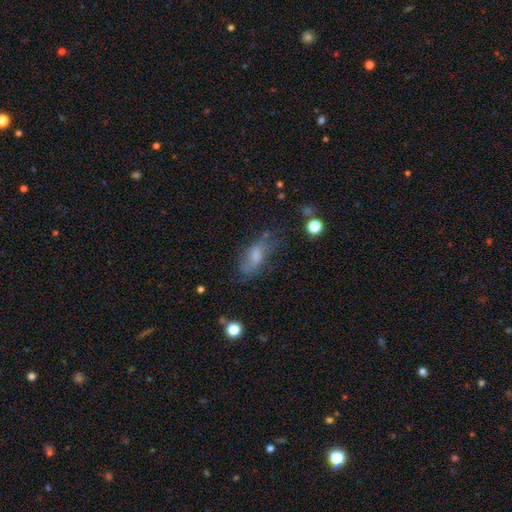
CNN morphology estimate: Smooth or featured? smooth (59%)
How rounded? in between (79%)
Merging? none (48%)